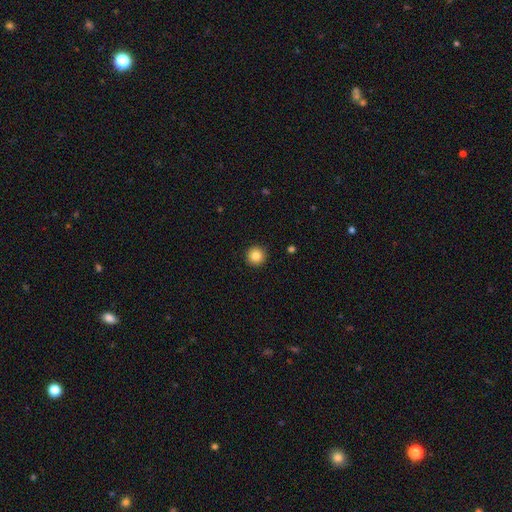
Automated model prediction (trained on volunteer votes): A smooth galaxy with no disk features (85%) that is round (96%).

Vote fractions:
- Smooth or featured? smooth: 85% / star or artifact: 10% / featured or disk: 5%
- How rounded? round: 96% / in between: 3% / cigar-shaped: 1%
- Merging? none: 93% / minor disturbance: 4% / major disturbance: 2% / merger: 1%